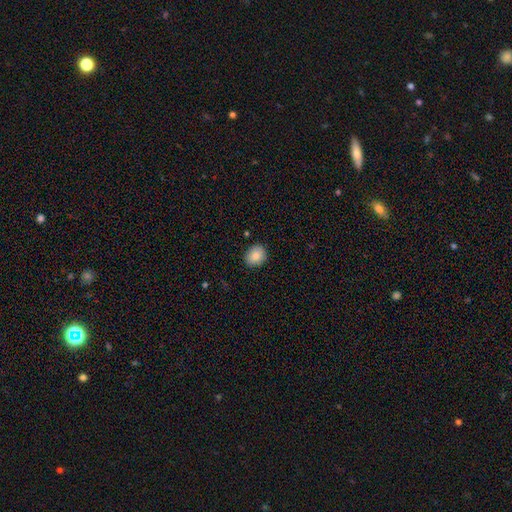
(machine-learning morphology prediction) This is clearly a smooth galaxy (86%). How rounded: likely round (69%). Merging: clearly none (89%).